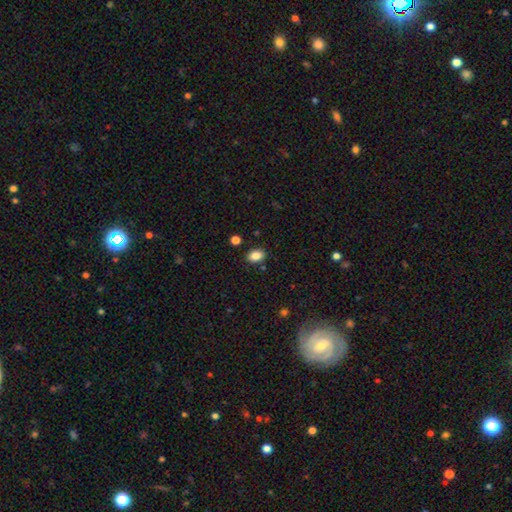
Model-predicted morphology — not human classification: Q: Smooth or featured?
A: smooth (86%); runner-up: star or artifact (9%)
Q: How rounded?
A: in between (83%); runner-up: round (16%)
Q: Merging?
A: none (86%); runner-up: minor disturbance (9%)